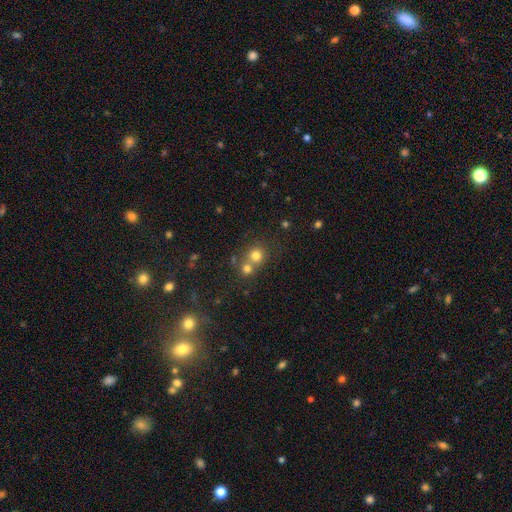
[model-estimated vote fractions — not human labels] Smooth or featured?
  - smooth: 75% *
  - star or artifact: 15%
  - featured or disk: 10%
How rounded?
  - round: 87% *
  - in between: 12%
  - cigar-shaped: 1%
Merging?
  - none: 48% *
  - merger: 42%
  - minor disturbance: 6%
  - major disturbance: 3%